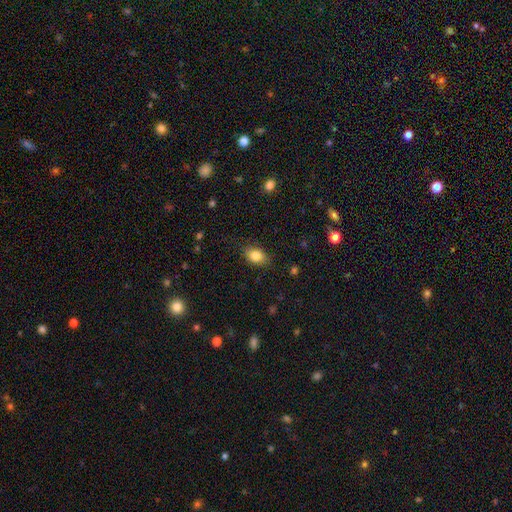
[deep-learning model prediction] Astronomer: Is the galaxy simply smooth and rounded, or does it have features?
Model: smooth — 84%.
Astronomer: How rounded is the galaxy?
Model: in between — 81%.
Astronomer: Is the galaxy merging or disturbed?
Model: none — 84%.